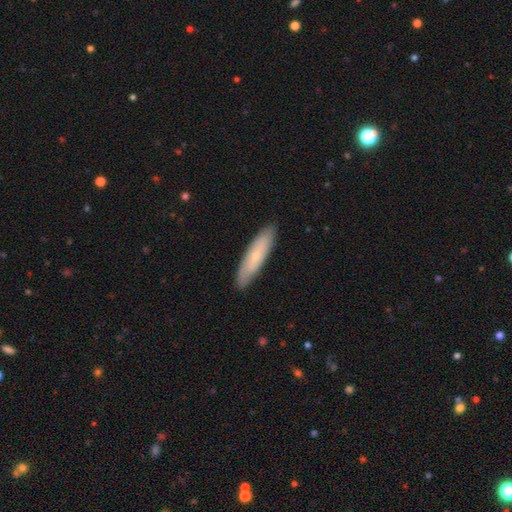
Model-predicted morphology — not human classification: Smooth or featured: smooth — 59% (featured or disk — 35%)
How rounded: cigar-shaped — 77% (in between — 22%)
Merging: none — 87% (minor disturbance — 10%)